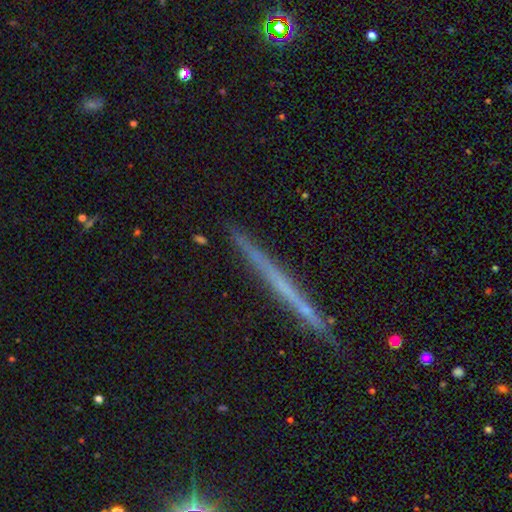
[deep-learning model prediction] Smooth or featured: featured or disk — 58% (smooth — 35%)
Edge-on disk: yes — 97% (no — 3%)
Edge-on bulge: none — 92% (rounded — 5%)
Merging: none — 88% (minor disturbance — 9%)